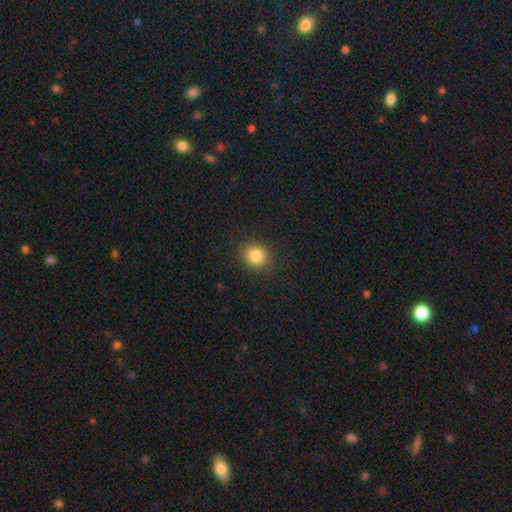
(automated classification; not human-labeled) Smooth or featured: smooth — 85% (star or artifact — 10%)
How rounded: round — 73% (in between — 26%)
Merging: none — 88% (minor disturbance — 8%)